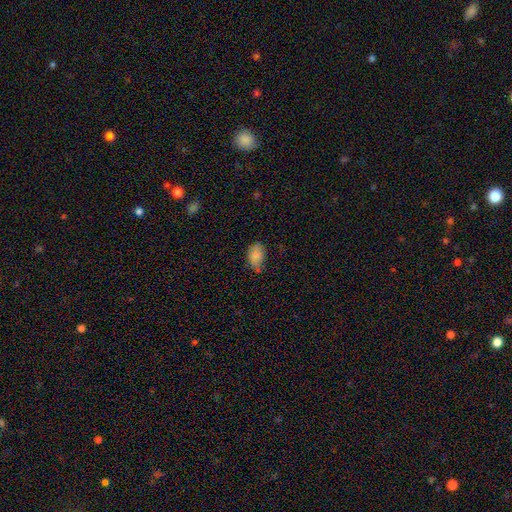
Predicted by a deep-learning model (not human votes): The model was most divided on "merging": none: 62%, minor disturbance: 30%, major disturbance: 6%, merger: 2%. More confident: how rounded — in between (88%); smooth or featured — smooth (82%).